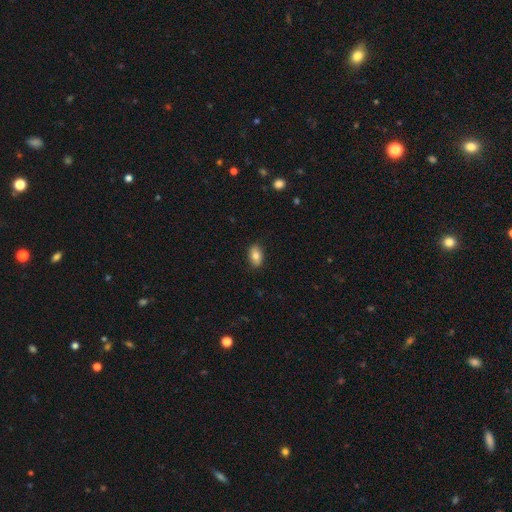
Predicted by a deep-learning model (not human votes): smooth_or_featured: smooth (p=0.80) [alt: featured or disk p=0.12]
how_rounded: in between (p=0.88) [alt: round p=0.10]
merging: none (p=0.86) [alt: minor disturbance p=0.11]